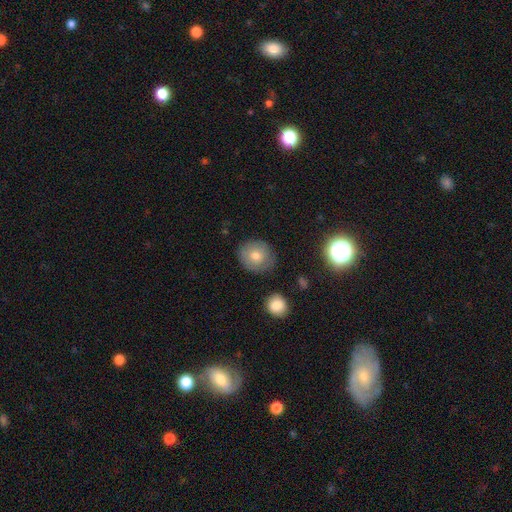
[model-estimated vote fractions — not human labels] A smooth galaxy with no disk features (73%) that is round (84%). Merging: none (81%).